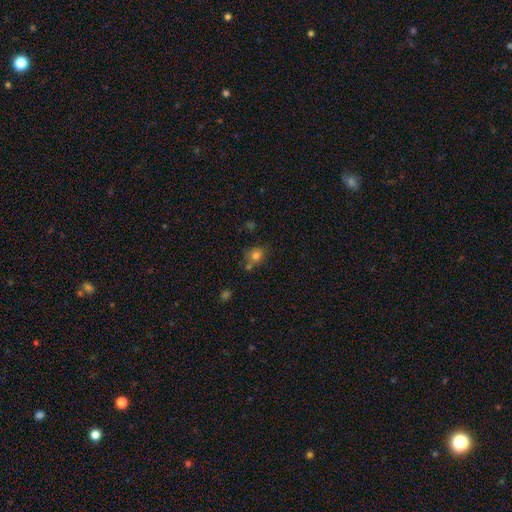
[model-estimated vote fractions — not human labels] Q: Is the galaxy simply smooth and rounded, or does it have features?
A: smooth — 77%.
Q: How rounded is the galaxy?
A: round — 69%.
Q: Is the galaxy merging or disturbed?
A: none — 60%.